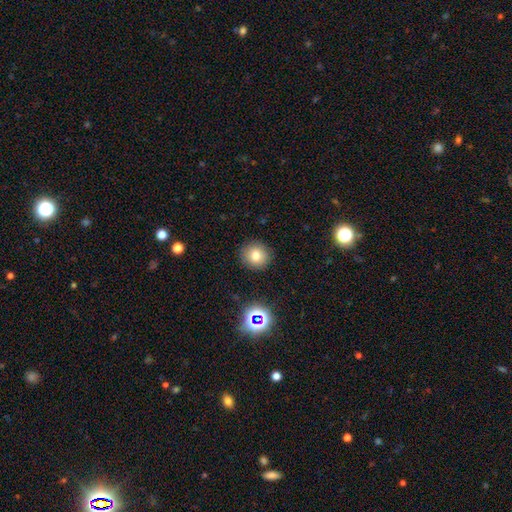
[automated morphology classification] A smooth galaxy with no disk features (75%) that is round (89%).

Vote fractions:
- Smooth or featured? smooth: 75% / star or artifact: 15% / featured or disk: 10%
- How rounded? round: 89% / in between: 10% / cigar-shaped: 1%
- Merging? none: 89% / minor disturbance: 7% / major disturbance: 2% / merger: 2%